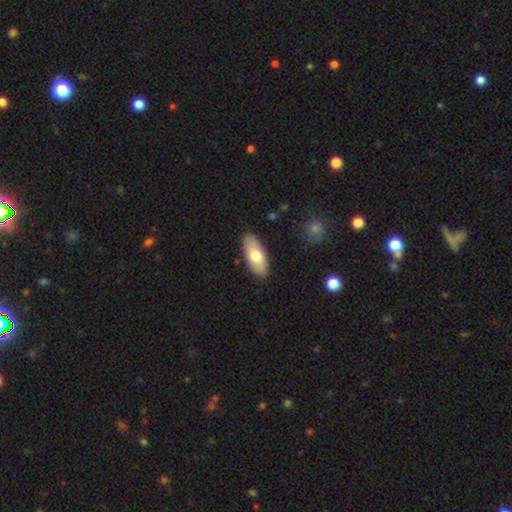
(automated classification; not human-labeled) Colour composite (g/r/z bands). It shows a smooth galaxy with no disk features (69%) that is in between round and cigar-shaped (88%). Merging: none (87%).